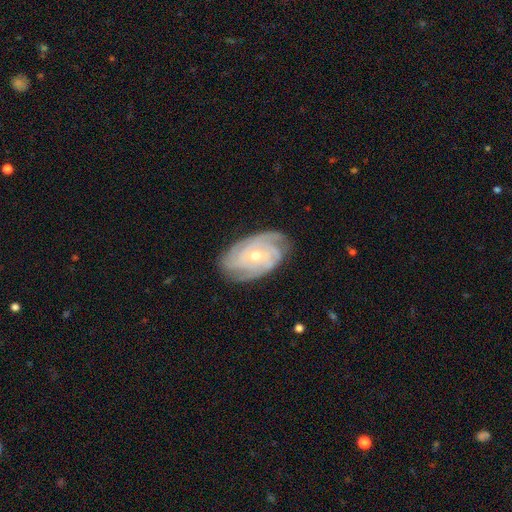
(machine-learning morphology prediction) Smooth or featured?
  - featured or disk: 86% *
  - smooth: 8%
  - star or artifact: 6%
Edge-on disk?
  - no: 95% *
  - yes: 5%
Bar?
  - no: 66% *
  - weak: 26%
  - strong: 7%
Spiral arms?
  - yes: 97% *
  - no: 3%
Spiral winding?
  - tight: 74% *
  - medium: 22%
  - loose: 4%
Spiral arm count?
  - 3: 31% *
  - 4: 23%
  - can't tell: 22%
  - 2: 13%
  - more than 4: 6%
  - 1: 6%
Bulge size?
  - moderate: 51% *
  - small: 46%
  - large: 2%
  - none: 1%
  - dominant: 1%
Merging?
  - none: 79% *
  - minor disturbance: 16%
  - major disturbance: 4%
  - merger: 1%